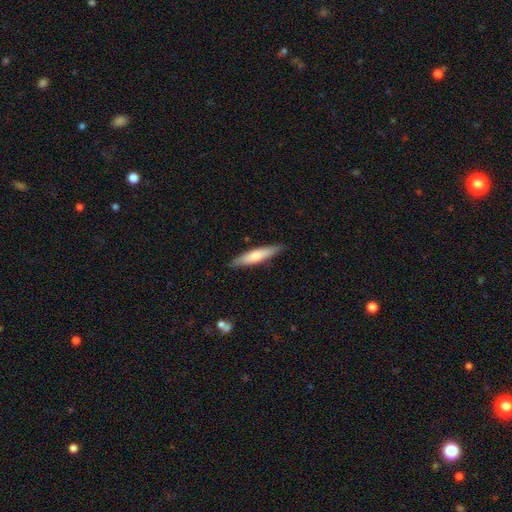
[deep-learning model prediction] Smooth or featured? smooth (67%)
How rounded? cigar-shaped (84%)
Merging? none (88%)